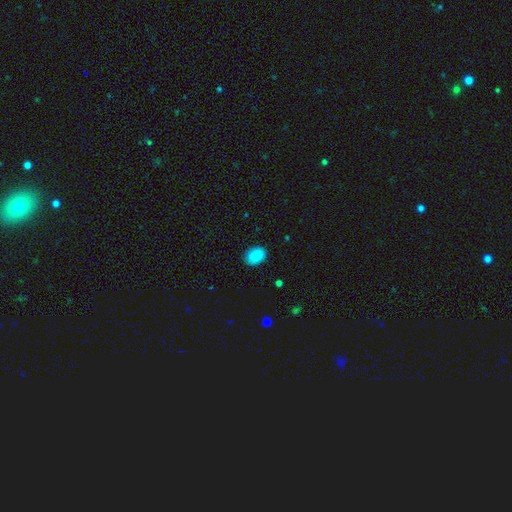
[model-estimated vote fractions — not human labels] The model was most divided on "how rounded": in between: 76%, round: 23%, cigar-shaped: 1%. More confident: smooth or featured — smooth (89%); merging — none (87%).